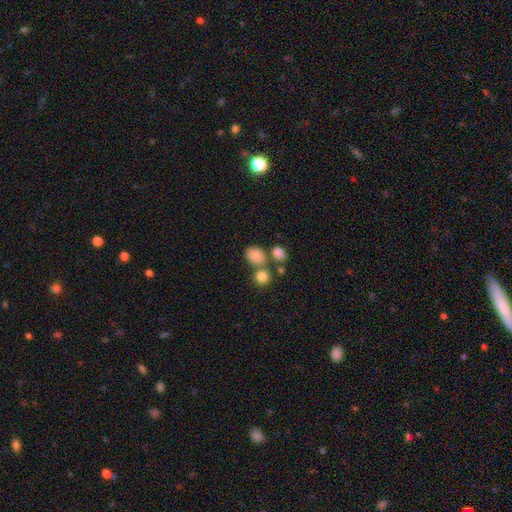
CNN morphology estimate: Overall: smooth (82%). How rounded: in between (60%; round 39%). Merging: none (52%; merger 31%).